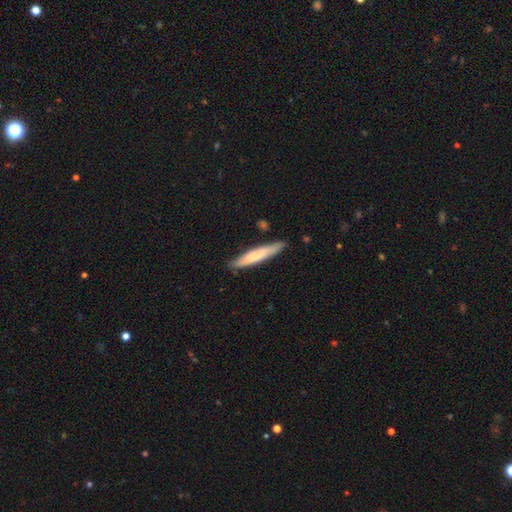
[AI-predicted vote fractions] Q: Smooth or featured?
A: smooth (69%); runner-up: featured or disk (26%)
Q: How rounded?
A: cigar-shaped (90%); runner-up: in between (8%)
Q: Merging?
A: none (84%); runner-up: minor disturbance (12%)